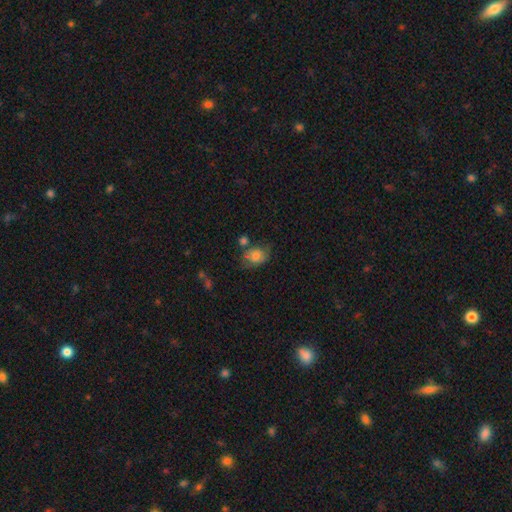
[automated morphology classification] type=smooth (67%); roundness=in between (60%); merging=none (47%).